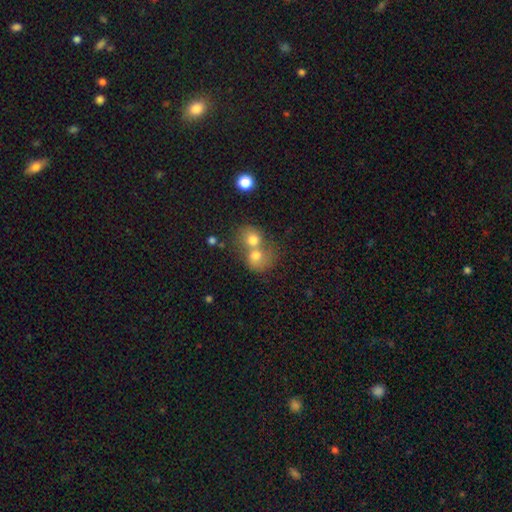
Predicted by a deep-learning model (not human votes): Q: Smooth or featured?
A: smooth (70%); runner-up: featured or disk (21%)
Q: How rounded?
A: round (66%); runner-up: in between (33%)
Q: Merging?
A: merger (74%); runner-up: none (16%)